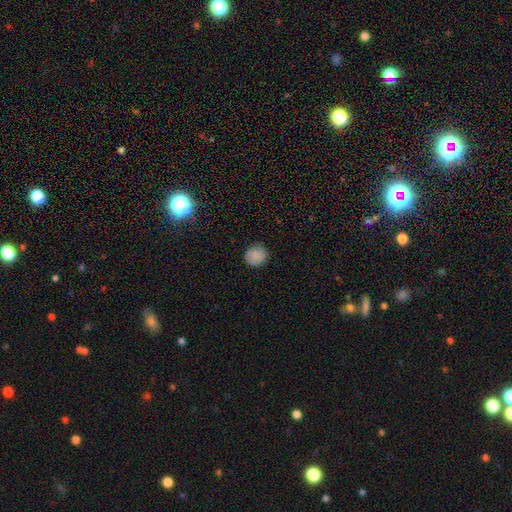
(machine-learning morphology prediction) Overall: smooth (85%). How rounded: round (86%). Merging: none (86%).